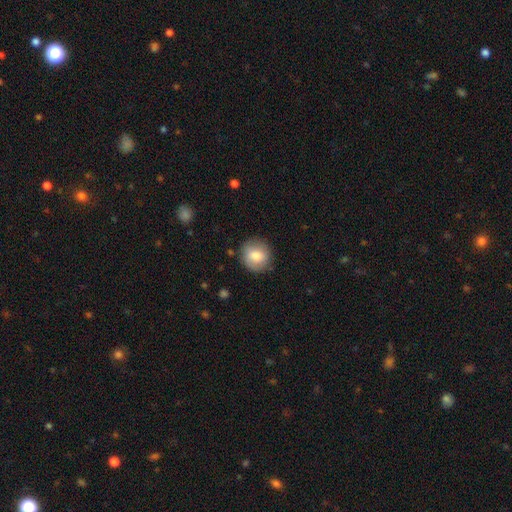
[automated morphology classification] smooth_or_featured: smooth (p=0.79) [alt: featured or disk p=0.14]
how_rounded: round (p=0.87) [alt: in between p=0.12]
merging: none (p=0.85) [alt: minor disturbance p=0.11]